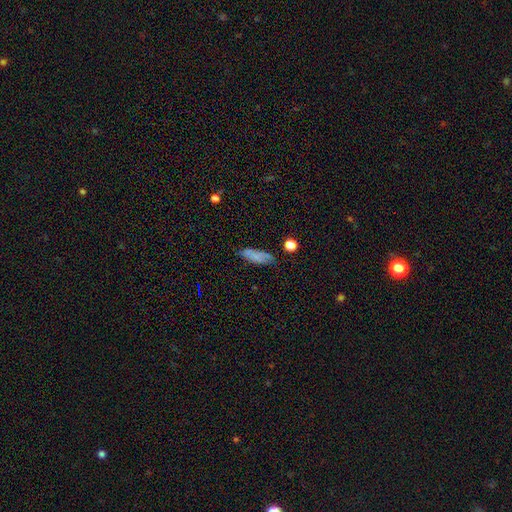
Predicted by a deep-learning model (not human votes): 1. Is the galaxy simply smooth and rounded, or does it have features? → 68% smooth, 20% featured or disk, 12% star or artifact.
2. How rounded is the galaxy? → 58% in between, 38% cigar-shaped, 4% round.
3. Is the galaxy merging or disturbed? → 71% none, 20% minor disturbance, 5% major disturbance, 3% merger.